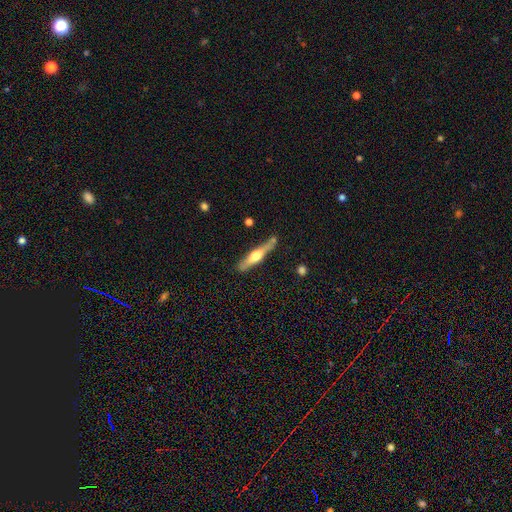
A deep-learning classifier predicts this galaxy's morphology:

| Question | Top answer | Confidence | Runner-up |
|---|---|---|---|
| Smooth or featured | featured or disk | 59% | smooth (36%) |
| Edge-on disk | yes | 95% | no (5%) |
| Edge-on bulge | rounded | 91% | boxy (5%) |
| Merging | none | 77% | minor disturbance (15%) |